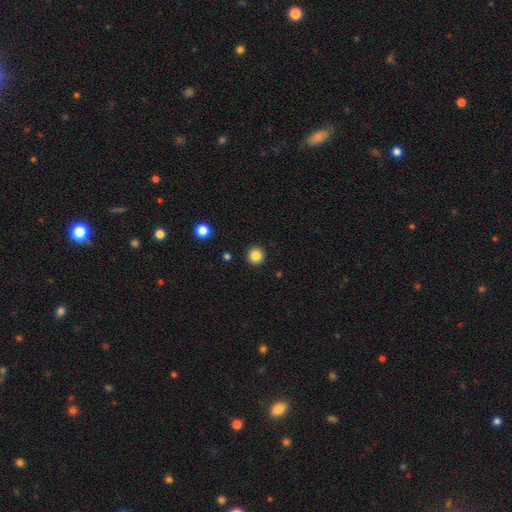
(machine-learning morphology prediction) A smooth galaxy with no disk features (86%) that is round (96%).

Vote fractions:
- Smooth or featured? smooth: 86% / star or artifact: 11% / featured or disk: 4%
- How rounded? round: 96% / in between: 3% / cigar-shaped: 1%
- Merging? none: 93% / minor disturbance: 4% / major disturbance: 2% / merger: 1%